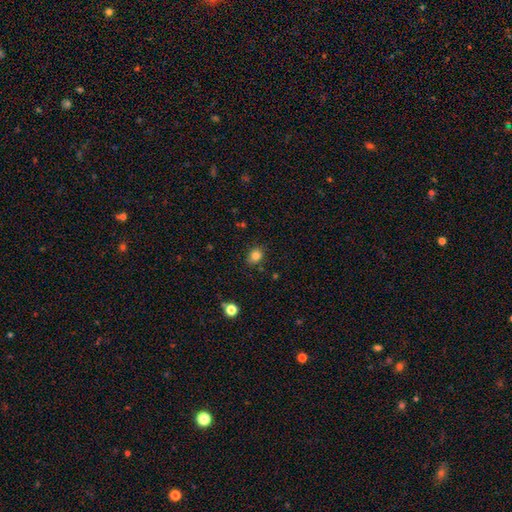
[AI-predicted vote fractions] Smooth or featured: smooth — 82% (star or artifact — 12%)
How rounded: round — 51% (in between — 48%)
Merging: none — 82% (minor disturbance — 14%)